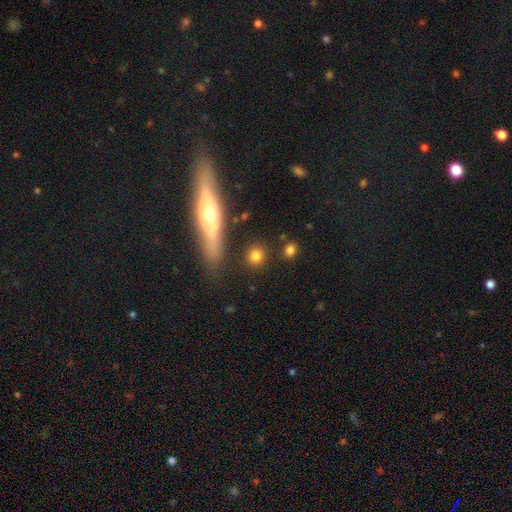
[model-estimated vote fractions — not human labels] A smooth galaxy with no disk features (80%) that is round (84%). Merging: none (86%).